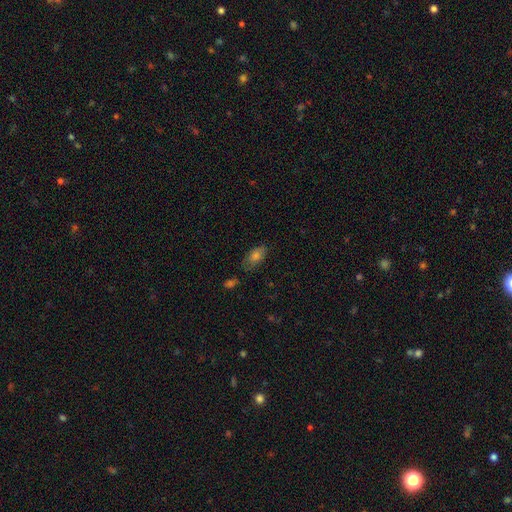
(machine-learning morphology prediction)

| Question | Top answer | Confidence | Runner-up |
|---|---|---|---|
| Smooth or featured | smooth | 68% | featured or disk (17%) |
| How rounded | in between | 85% | cigar-shaped (9%) |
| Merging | none | 72% | minor disturbance (19%) |